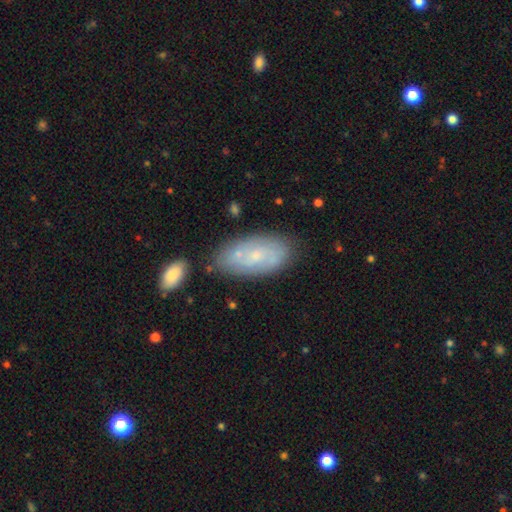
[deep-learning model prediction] The model was most divided on "smooth or featured": featured or disk: 50%, smooth: 42%, star or artifact: 7%. More confident: edge-on disk — no (92%); merging — none (69%).